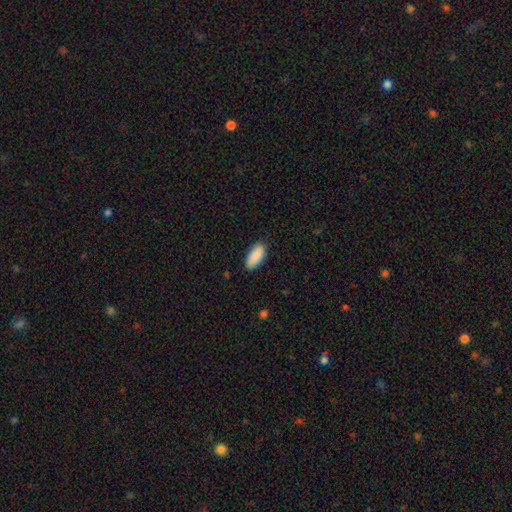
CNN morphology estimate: smooth_or_featured: smooth (p=0.90) [alt: star or artifact p=0.06]
how_rounded: in between (p=0.88) [alt: cigar-shaped p=0.11]
merging: none (p=0.86) [alt: minor disturbance p=0.11]